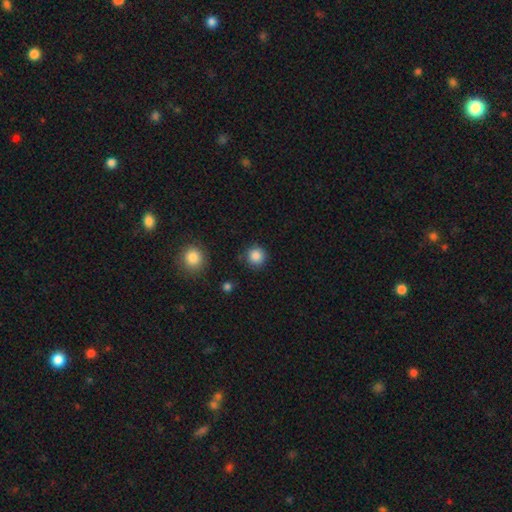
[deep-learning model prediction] Q: Smooth or featured?
A: smooth (87%); runner-up: star or artifact (10%)
Q: How rounded?
A: round (94%); runner-up: in between (5%)
Q: Merging?
A: none (88%); runner-up: minor disturbance (8%)